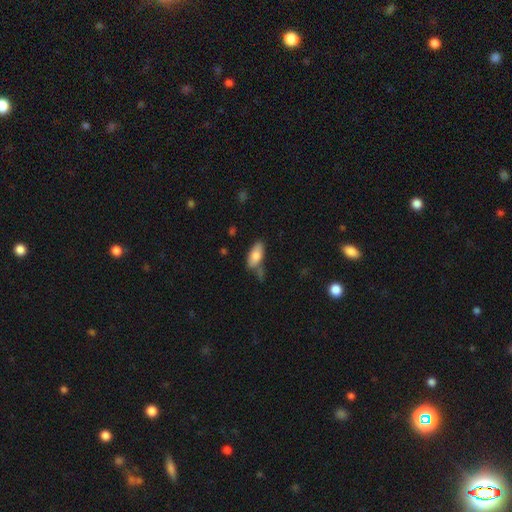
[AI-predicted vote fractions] smooth_or_featured: smooth (p=0.78) [alt: featured or disk p=0.15]
how_rounded: in between (p=0.87) [alt: cigar-shaped p=0.11]
merging: none (p=0.59) [alt: minor disturbance p=0.24]